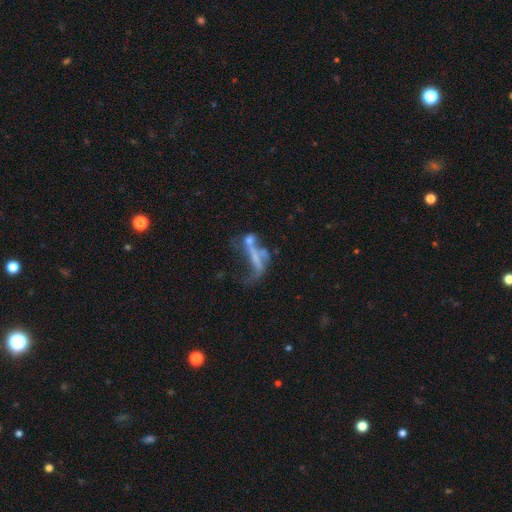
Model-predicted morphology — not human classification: This appears to be a featured or disk galaxy (54%). Merging: merger (39%).